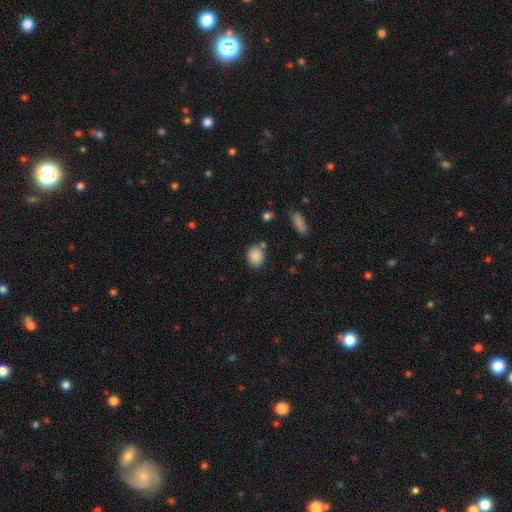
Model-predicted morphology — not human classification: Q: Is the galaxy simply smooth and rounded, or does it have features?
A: smooth — 87%.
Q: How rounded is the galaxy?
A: round — 57%.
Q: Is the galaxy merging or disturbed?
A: none — 71%.